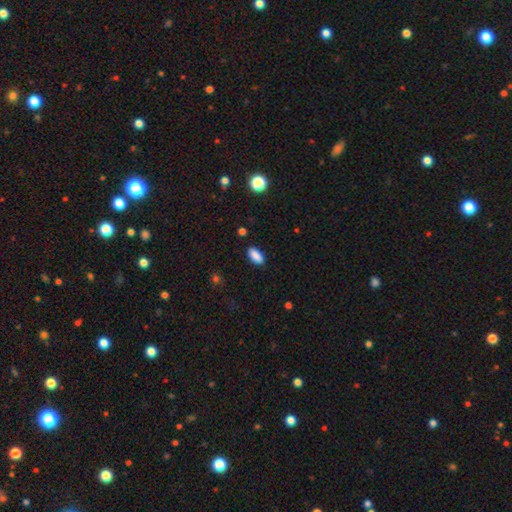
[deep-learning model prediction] Morphology: type=smooth (88%); roundness=in between (85%); merging=none (88%).